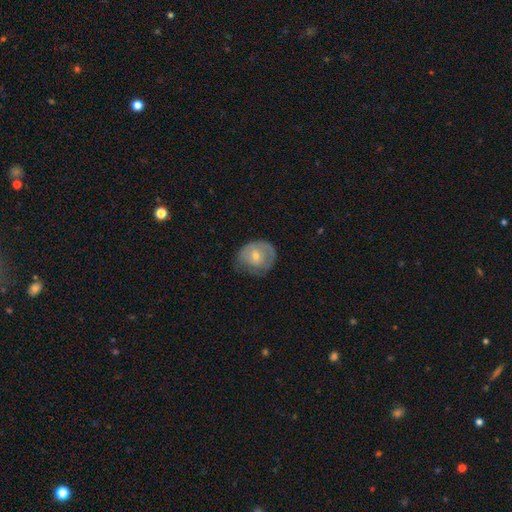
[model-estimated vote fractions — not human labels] Smooth or featured: smooth — 54% (featured or disk — 39%)
How rounded: round — 66% (in between — 33%)
Merging: none — 50% (minor disturbance — 33%)